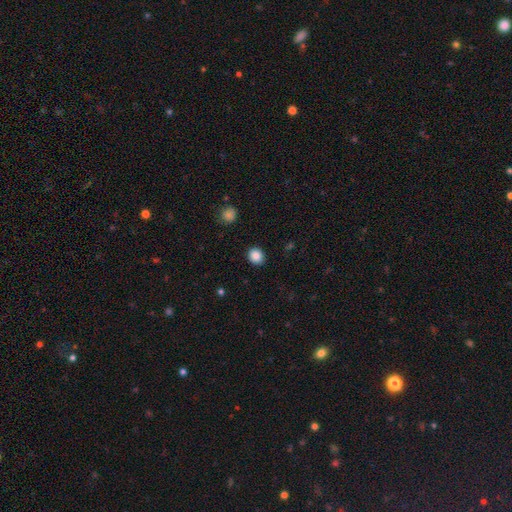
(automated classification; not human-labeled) Smooth or featured? smooth (87%)
How rounded? round (75%)
Merging? none (91%)